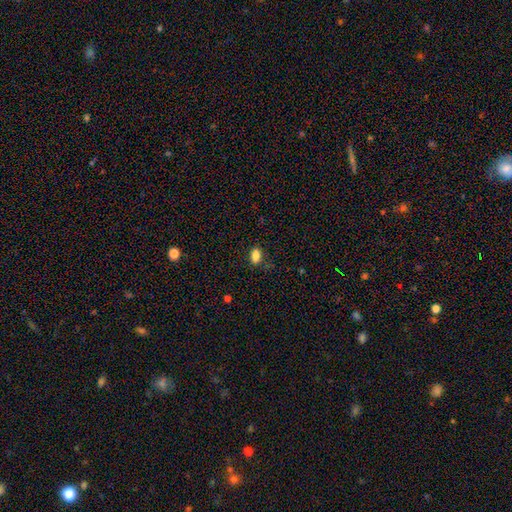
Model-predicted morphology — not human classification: smooth 84%, star or artifact 10%, featured or disk 5%. Down the decision tree: how rounded — in between (87%); merging — none (81%).